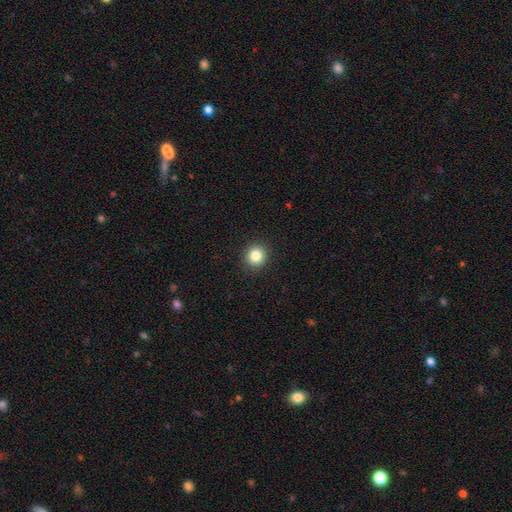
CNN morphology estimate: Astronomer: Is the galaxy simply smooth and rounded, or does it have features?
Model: smooth — 84%.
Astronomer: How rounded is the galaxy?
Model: round — 90%.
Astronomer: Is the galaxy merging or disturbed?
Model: none — 92%.